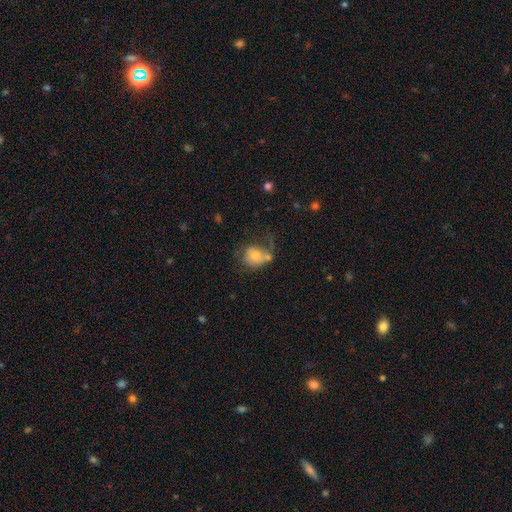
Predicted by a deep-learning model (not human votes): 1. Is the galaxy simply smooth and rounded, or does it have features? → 64% smooth, 27% featured or disk, 10% star or artifact.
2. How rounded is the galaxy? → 58% round, 41% in between, 1% cigar-shaped.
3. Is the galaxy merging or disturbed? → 29% none (tied), 29% major disturbance (tied), 22% merger, 21% minor disturbance.